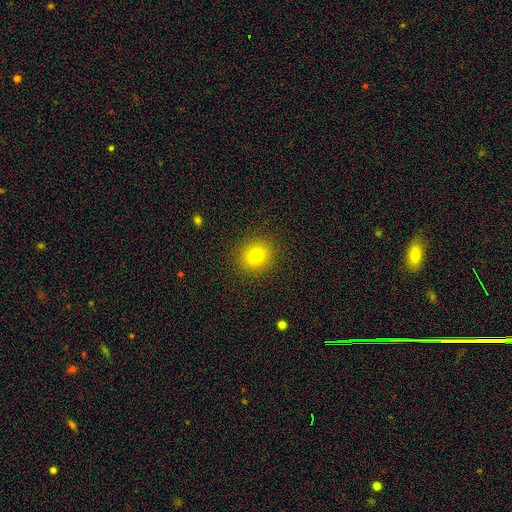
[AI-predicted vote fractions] This is likely a smooth galaxy (78%). How rounded: clearly round (82%). Merging: clearly none (90%).